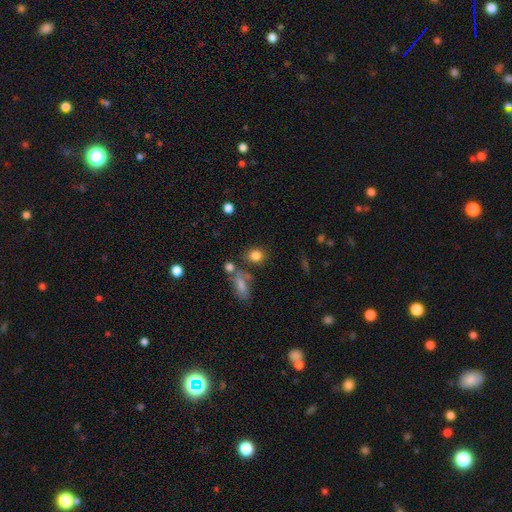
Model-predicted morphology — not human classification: This is clearly a smooth galaxy (82%). How rounded: likely round (61%). Merging: likely none (68%).